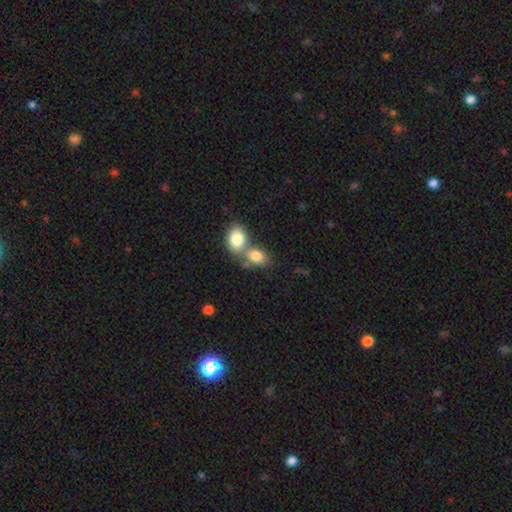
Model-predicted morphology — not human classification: This is clearly a smooth galaxy (82%). How rounded: likely in between (79%). Merging: possibly merger (60%).